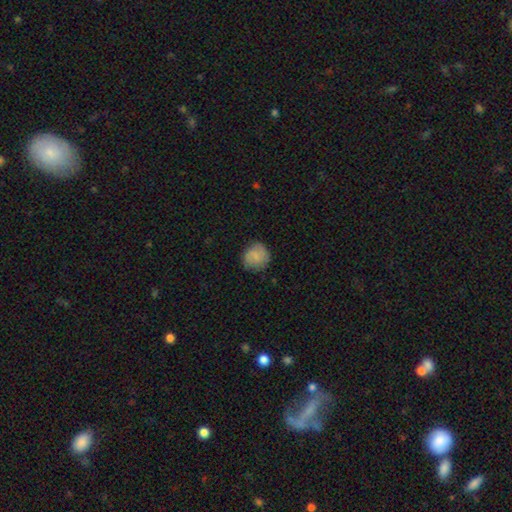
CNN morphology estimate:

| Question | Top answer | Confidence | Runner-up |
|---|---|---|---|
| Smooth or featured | smooth | 76% | featured or disk (16%) |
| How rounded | round | 86% | in between (13%) |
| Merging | none | 77% | minor disturbance (18%) |